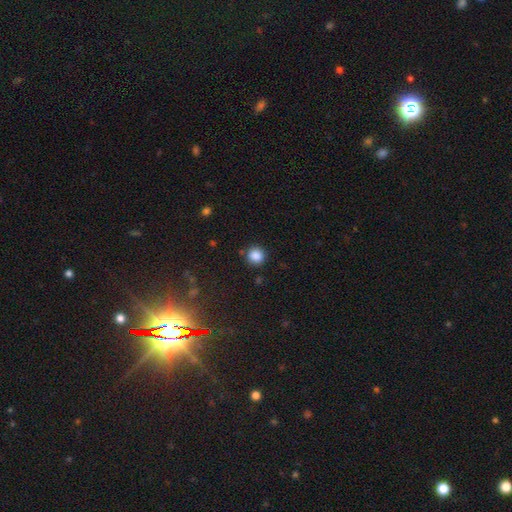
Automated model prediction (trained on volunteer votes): Smooth or featured?
  - smooth: 85% *
  - star or artifact: 11%
  - featured or disk: 4%
How rounded?
  - round: 91% *
  - in between: 8%
  - cigar-shaped: 1%
Merging?
  - none: 86% *
  - minor disturbance: 9%
  - major disturbance: 3%
  - merger: 3%